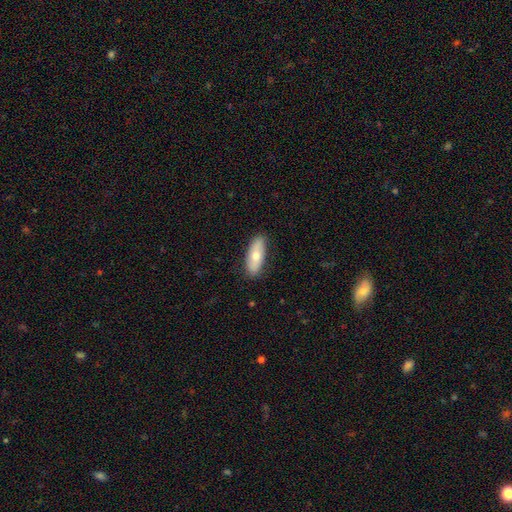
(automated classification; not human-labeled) Smooth or featured? Predicted: smooth (p=0.69). How rounded? Predicted: in between (p=0.72). Merging? Predicted: none (p=0.86).